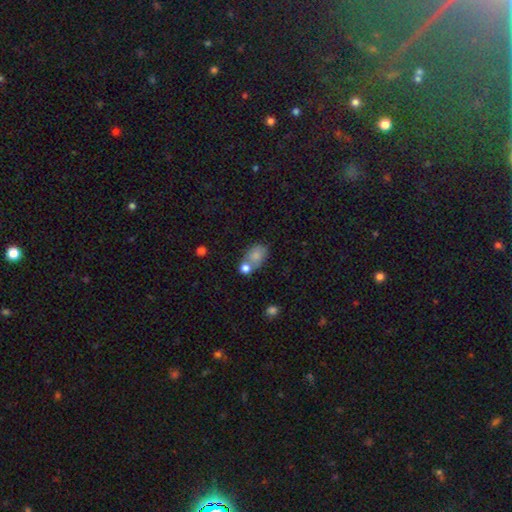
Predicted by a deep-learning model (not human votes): The model was most divided on "merging": merger: 40%, none: 39%, minor disturbance: 15%, major disturbance: 6%. More confident: smooth or featured — smooth (78%); how rounded — in between (74%).